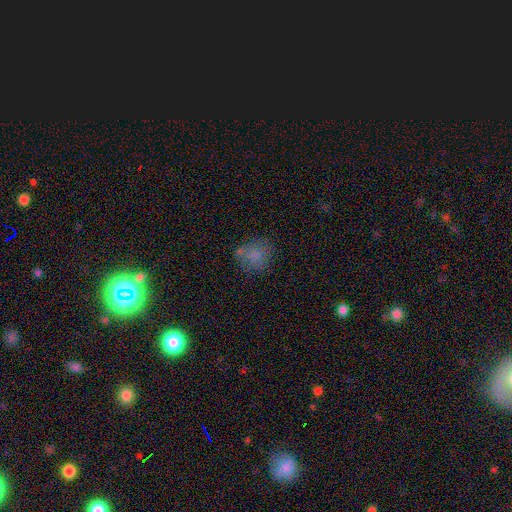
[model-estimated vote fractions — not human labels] Smooth or featured? Predicted: smooth (p=0.72). How rounded? Predicted: round (p=0.71). Merging? Predicted: none (p=0.64).